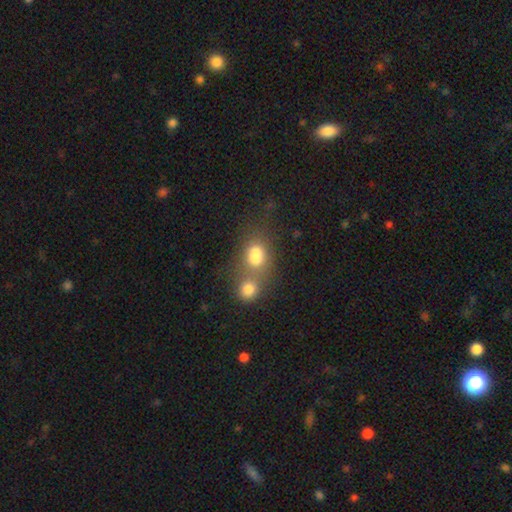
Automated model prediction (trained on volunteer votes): Overall: smooth (72%). How rounded: round (51%; in between 47%). Merging: merger (61%; none 26%).